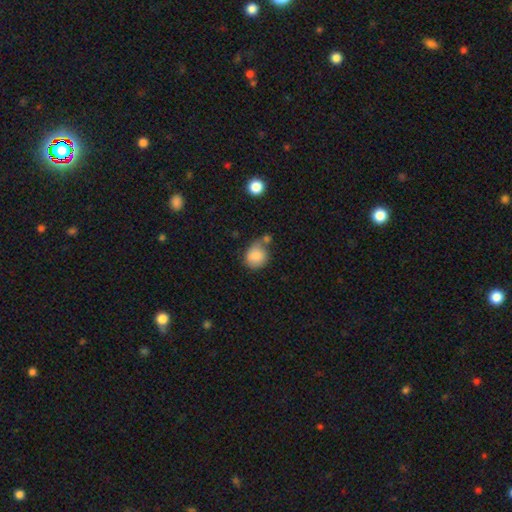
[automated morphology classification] Smooth or featured? smooth (84%)
How rounded? round (76%)
Merging? none (49%)